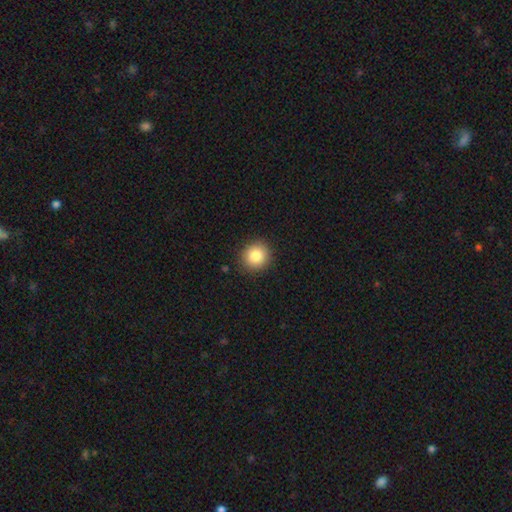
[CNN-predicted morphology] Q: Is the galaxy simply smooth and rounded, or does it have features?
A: smooth — 85%.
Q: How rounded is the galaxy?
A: round — 86%.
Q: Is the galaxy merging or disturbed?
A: none — 89%.